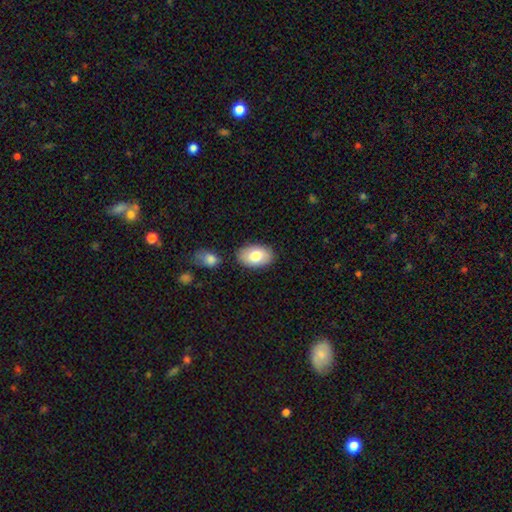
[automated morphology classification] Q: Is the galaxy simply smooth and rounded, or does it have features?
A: smooth — 79%.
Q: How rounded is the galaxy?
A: in between — 91%.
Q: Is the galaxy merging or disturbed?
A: none — 82%.